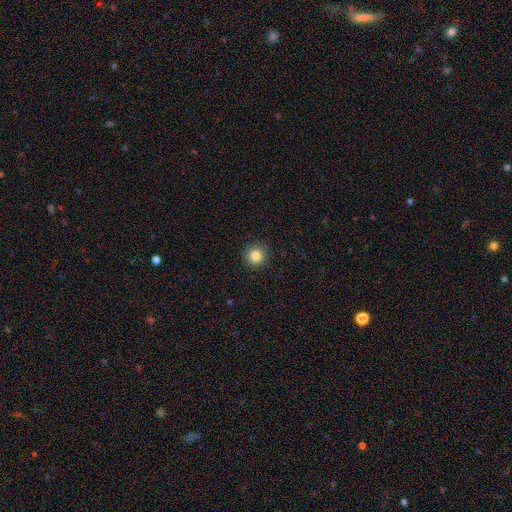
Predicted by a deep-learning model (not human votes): Smooth or featured? Predicted: smooth (p=0.84). How rounded? Predicted: round (p=0.93). Merging? Predicted: none (p=0.91).